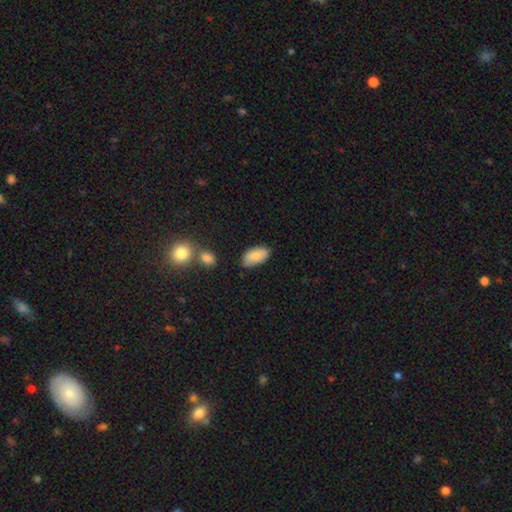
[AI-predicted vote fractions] A smooth galaxy with no disk features (84%) that is in between round and cigar-shaped (94%).

Vote fractions:
- Smooth or featured? smooth: 84% / featured or disk: 9% / star or artifact: 7%
- How rounded? in between: 94% / cigar-shaped: 3% / round: 3%
- Merging? none: 73% / minor disturbance: 20% / major disturbance: 4% / merger: 3%